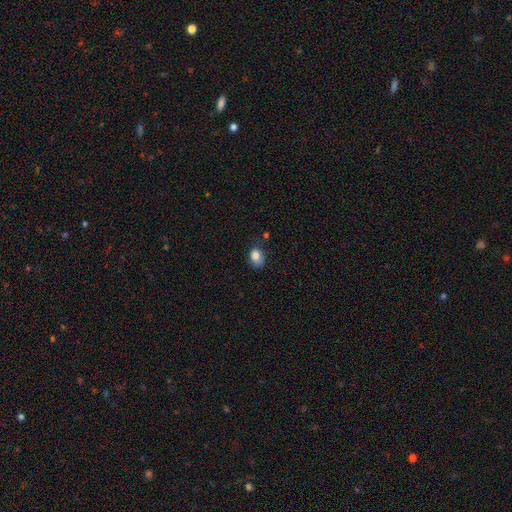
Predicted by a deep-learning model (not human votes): Morphology: type=smooth (83%); roundness=in between (71%); merging=none (59%).